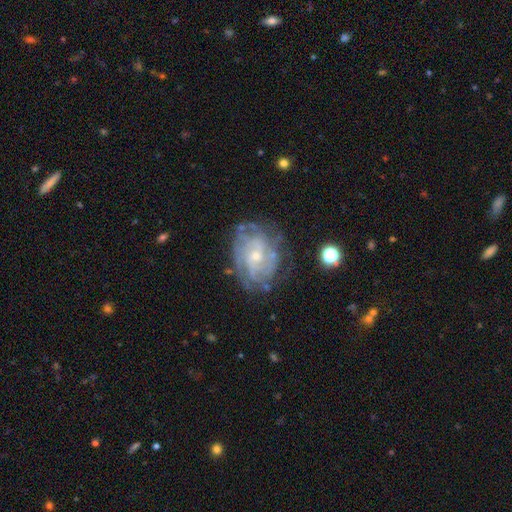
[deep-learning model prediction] smooth-or-featured: featured or disk: 82% | smooth: 10% | star or artifact: 7%
  disk-edge-on: no: 97% | yes: 3%
    bar: no: 70% | weak: 26% | strong: 4%
    has-spiral-arms: yes: 90% | no: 10%
      spiral-winding: tight: 64% | medium: 28% | loose: 8%
      spiral-arm-count: can't tell: 48% | 2: 14% | 3: 14% | 4: 13% | more than 4: 7% | 1: 5%
    bulge-size: small: 63% | moderate: 32% | none: 2% | large: 1% | dominant: 1%
  merging: none: 69% | minor disturbance: 20% | major disturbance: 9% | merger: 2%